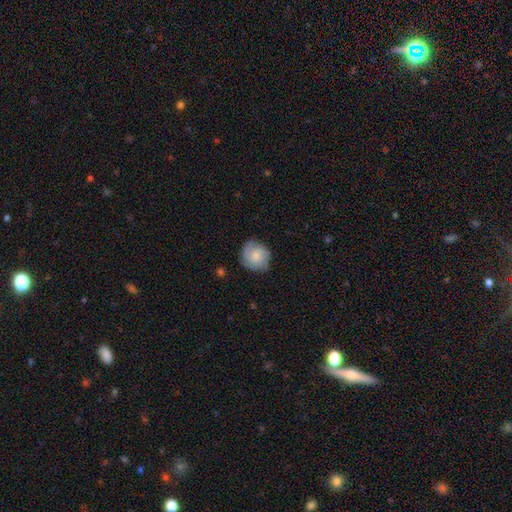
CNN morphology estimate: smooth 63%, featured or disk 29%, star or artifact 7%. Down the decision tree: how rounded — round (83%); merging — none (74%).